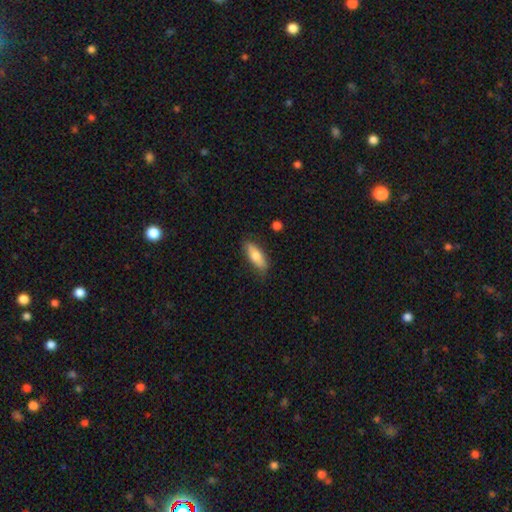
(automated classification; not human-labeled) The model was most divided on "how rounded": in between: 64%, cigar-shaped: 34%, round: 2%. More confident: merging — none (80%); smooth or featured — smooth (74%).